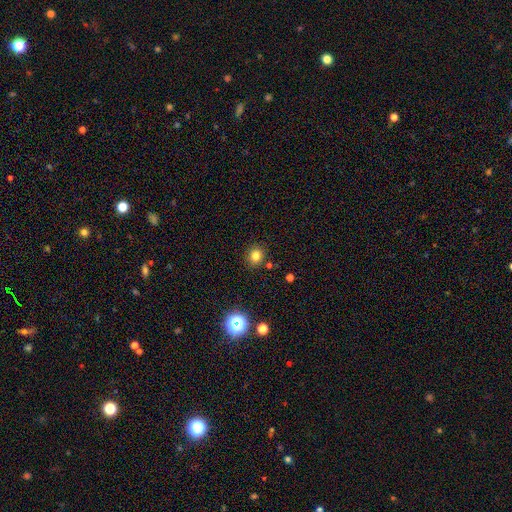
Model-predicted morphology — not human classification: Smooth or featured?
  - smooth: 79% *
  - star or artifact: 15%
  - featured or disk: 6%
How rounded?
  - round: 77% *
  - in between: 22%
  - cigar-shaped: 1%
Merging?
  - none: 87% *
  - minor disturbance: 8%
  - merger: 3%
  - major disturbance: 2%